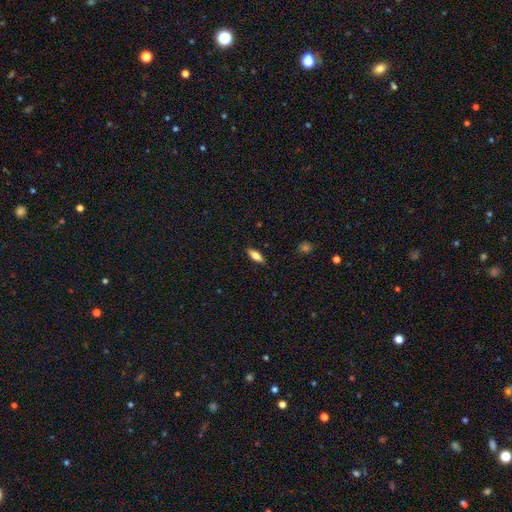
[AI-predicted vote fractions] A smooth galaxy with no disk features (75%) that is in between round and cigar-shaped (66%). Merging: none (87%).